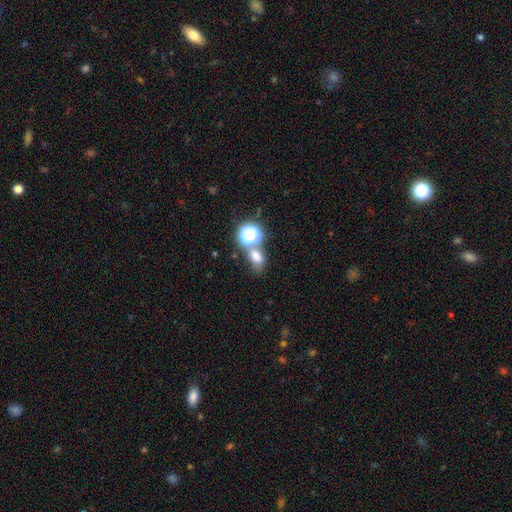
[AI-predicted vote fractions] A smooth galaxy with no disk features (66%) that is in between round and cigar-shaped (66%). Merging: none (50%).